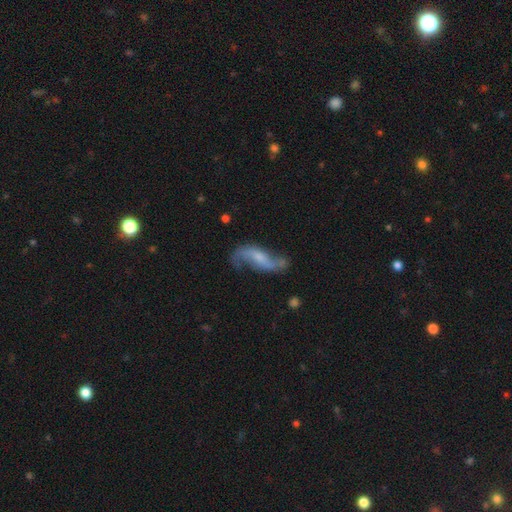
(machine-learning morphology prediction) Smooth or featured: featured or disk — 83% (smooth — 10%)
Edge-on disk: no — 91% (yes — 9%)
Bar: weak — 43% (no — 37%)
Spiral arms: yes — 94% (no — 6%)
Spiral winding: loose — 81% (medium — 15%)
Spiral arm count: 2 — 91% (can't tell — 3%)
Bulge size: small — 45% (moderate — 30%)
Merging: none — 67% (minor disturbance — 19%)